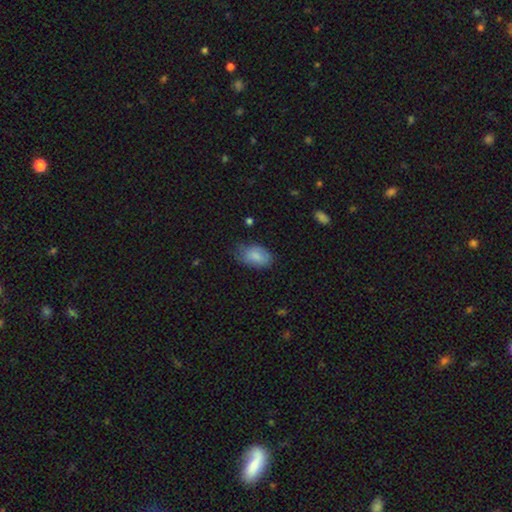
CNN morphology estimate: Smooth or featured? smooth (83%)
How rounded? in between (90%)
Merging? none (61%)